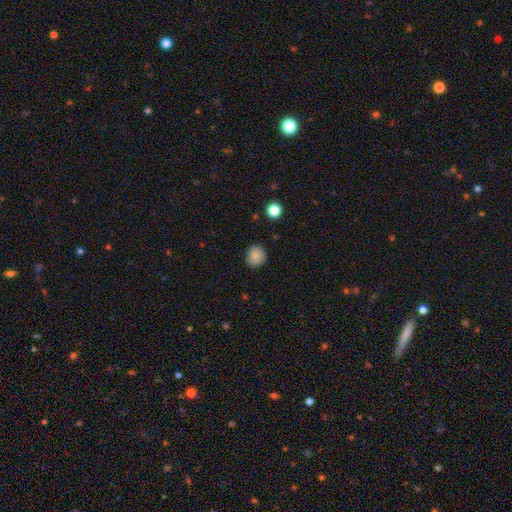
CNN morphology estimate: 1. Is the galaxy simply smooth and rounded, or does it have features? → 83% smooth, 9% star or artifact, 8% featured or disk.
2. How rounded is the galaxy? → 83% round, 16% in between, 1% cigar-shaped.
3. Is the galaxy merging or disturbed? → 81% none, 15% minor disturbance, 3% major disturbance, 1% merger.